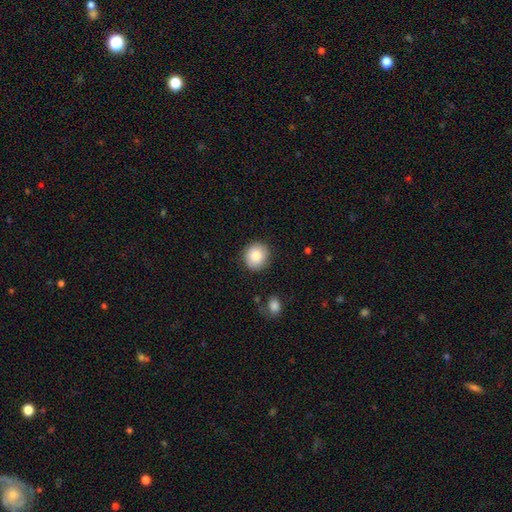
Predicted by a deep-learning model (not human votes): smooth-or-featured: smooth: 85% | star or artifact: 8% | featured or disk: 7%
  how-rounded: round: 86% | in between: 13% | cigar-shaped: 1%
  merging: none: 87% | minor disturbance: 9% | major disturbance: 2% | merger: 2%